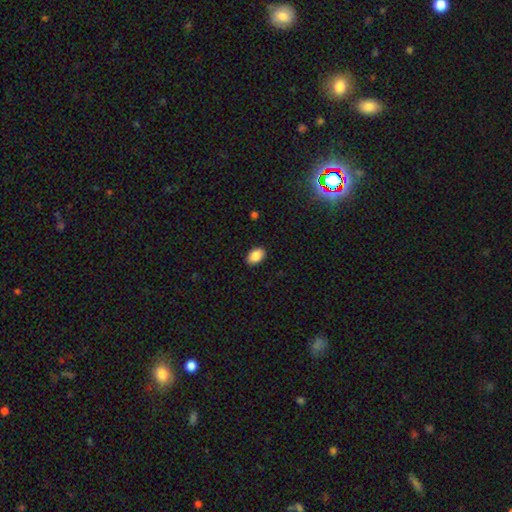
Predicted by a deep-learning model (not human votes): Smooth or featured: smooth — 88% (star or artifact — 8%)
How rounded: in between — 88% (round — 11%)
Merging: none — 89% (minor disturbance — 8%)